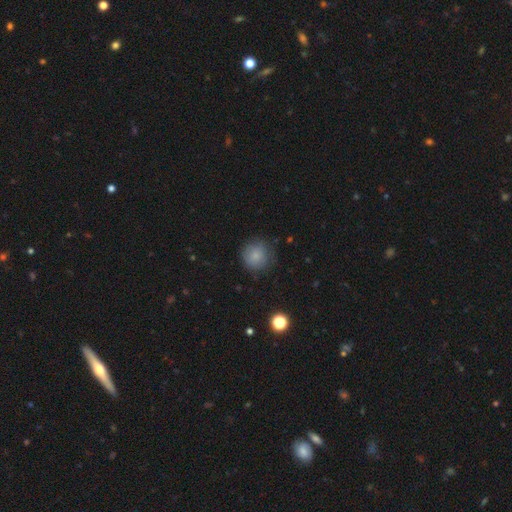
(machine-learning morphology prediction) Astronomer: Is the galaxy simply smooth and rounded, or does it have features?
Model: smooth — 80%.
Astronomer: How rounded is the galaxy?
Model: round — 92%.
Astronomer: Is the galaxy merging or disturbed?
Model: none — 76%.